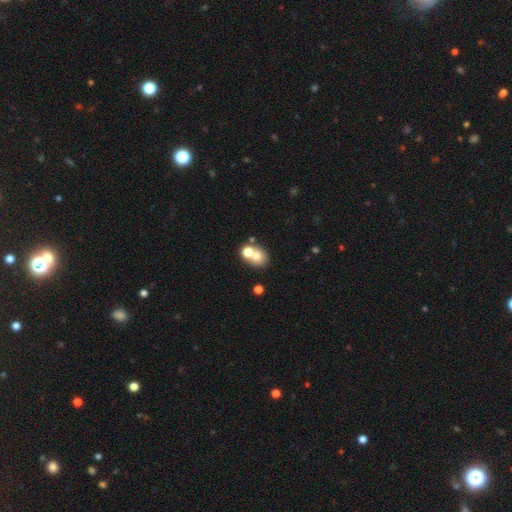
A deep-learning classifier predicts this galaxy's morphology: Smooth or featured?
  - smooth: 68% *
  - featured or disk: 19%
  - star or artifact: 14%
How rounded?
  - round: 64% *
  - in between: 35%
  - cigar-shaped: 1%
Merging?
  - merger: 46% *
  - none: 43%
  - minor disturbance: 8%
  - major disturbance: 4%